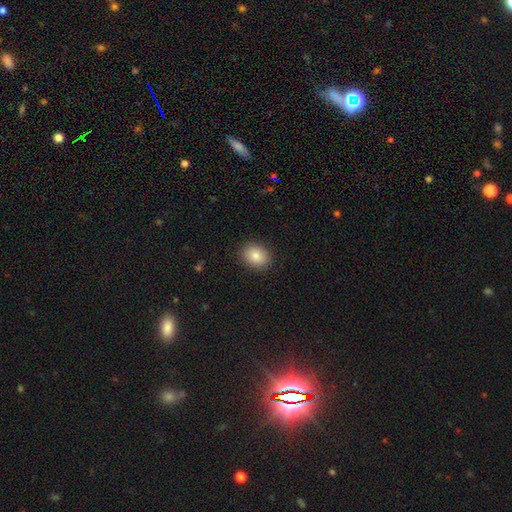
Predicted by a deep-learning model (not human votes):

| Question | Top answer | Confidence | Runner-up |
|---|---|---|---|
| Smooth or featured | smooth | 85% | star or artifact (8%) |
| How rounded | in between | 53% | round (46%) |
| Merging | none | 90% | minor disturbance (7%) |